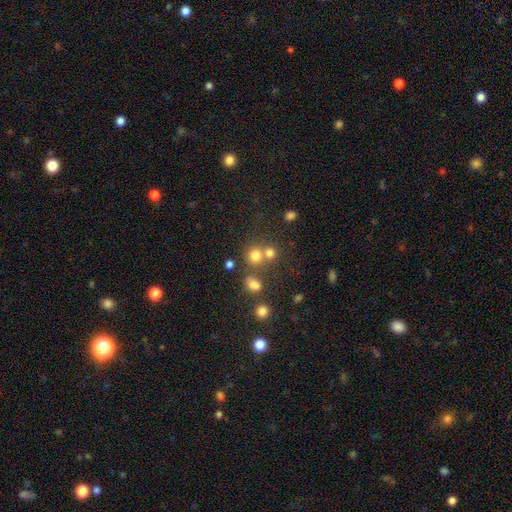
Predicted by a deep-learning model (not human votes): This is likely a smooth galaxy (75%). How rounded: clearly round (82%). Merging: possibly none (53%).